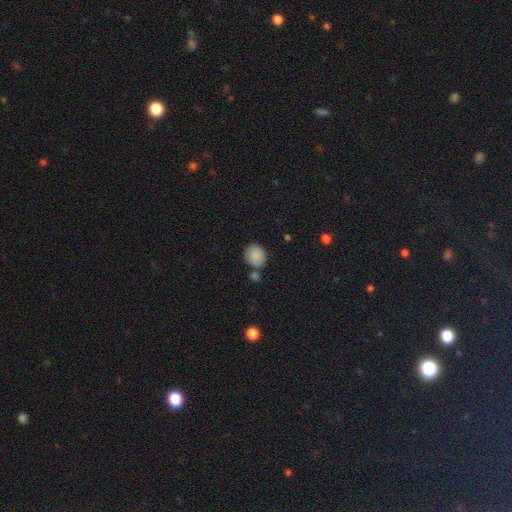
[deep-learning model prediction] The model was most divided on "how rounded": round: 73%, in between: 26%, cigar-shaped: 1%. More confident: smooth or featured — smooth (87%); merging — none (67%).